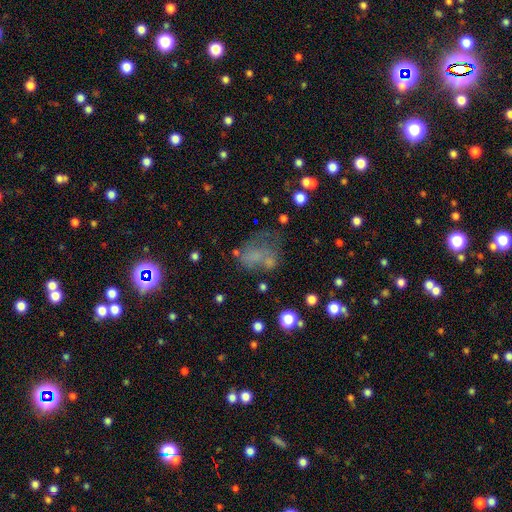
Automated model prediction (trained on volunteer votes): This appears to be a smooth galaxy with no disk features (46%). Merging: none (34%).